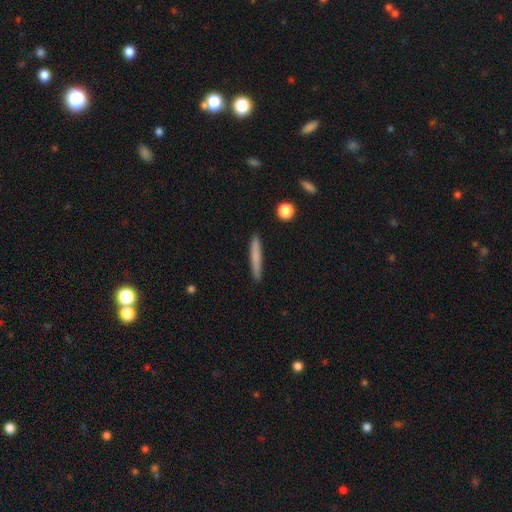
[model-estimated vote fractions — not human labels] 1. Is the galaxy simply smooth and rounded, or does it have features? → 75% smooth, 19% featured or disk, 6% star or artifact.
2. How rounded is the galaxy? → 96% cigar-shaped, 3% in between, 1% round.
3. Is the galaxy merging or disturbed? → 91% none, 7% minor disturbance, 1% major disturbance, 1% merger.